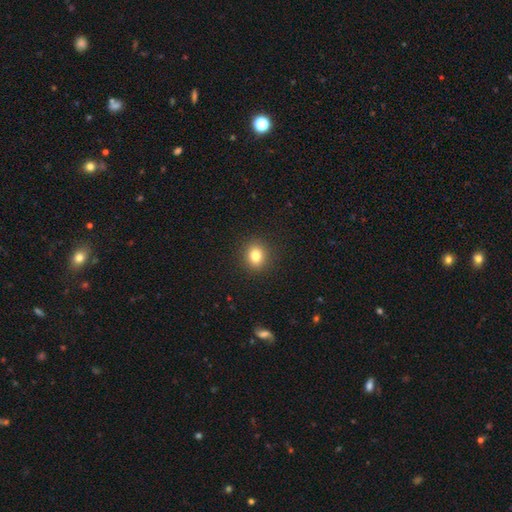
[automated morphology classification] smooth-or-featured: smooth: 81% | star or artifact: 12% | featured or disk: 7%
  how-rounded: round: 71% | in between: 28% | cigar-shaped: 1%
  merging: none: 91% | minor disturbance: 6% | major disturbance: 2% | merger: 1%